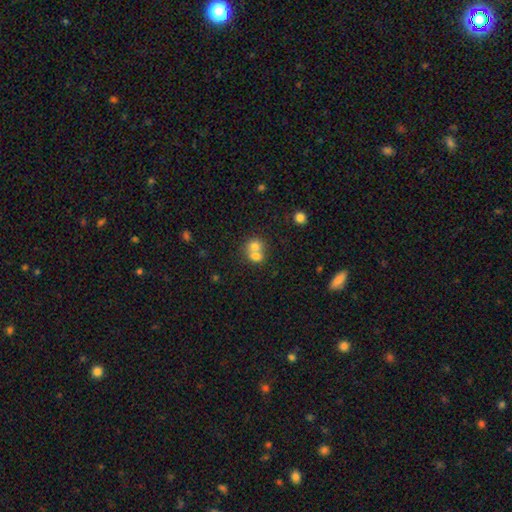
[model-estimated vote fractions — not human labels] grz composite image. It shows a smooth galaxy with no disk features (70%) that is round (72%). Merging: merger (69%).